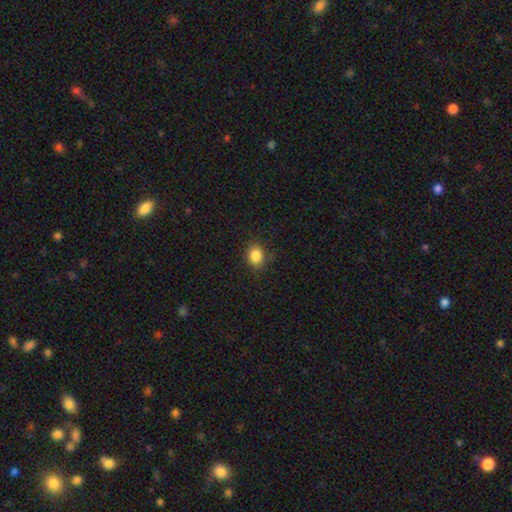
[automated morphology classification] Q: Smooth or featured?
A: smooth (85%); runner-up: star or artifact (10%)
Q: How rounded?
A: in between (51%); runner-up: round (48%)
Q: Merging?
A: none (83%); runner-up: minor disturbance (13%)